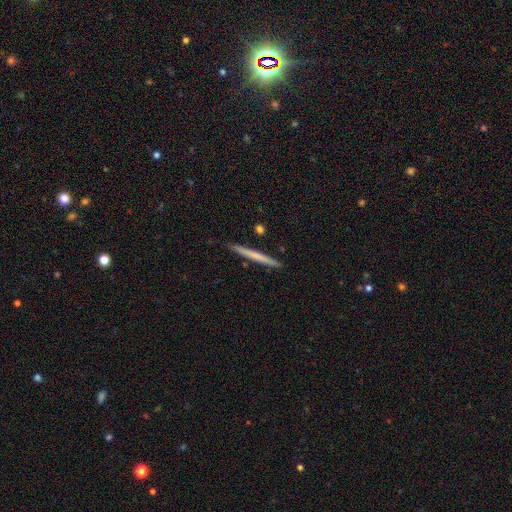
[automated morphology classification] Smooth or featured: smooth — 56% (featured or disk — 39%)
How rounded: cigar-shaped — 97% (in between — 1%)
Merging: none — 91% (minor disturbance — 6%)